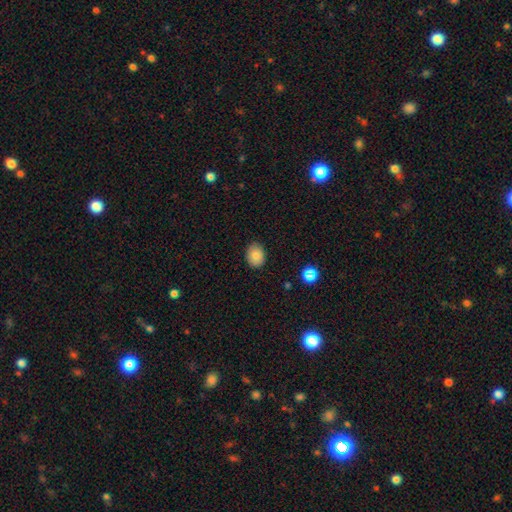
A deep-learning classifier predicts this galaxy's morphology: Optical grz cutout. It shows a smooth galaxy with no disk features (84%) that is in between round and cigar-shaped (69%). Merging: none (87%).